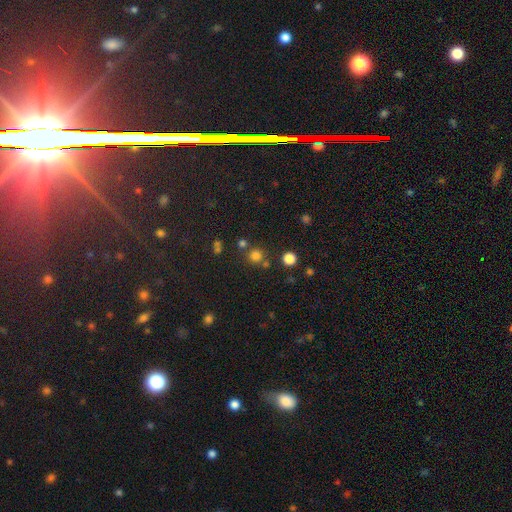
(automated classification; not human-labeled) smooth 74%, star or artifact 20%, featured or disk 6%. Down the decision tree: how rounded — round (92%); merging — none (75%).